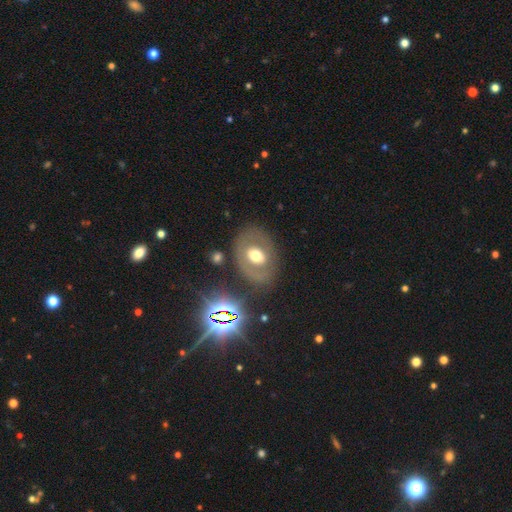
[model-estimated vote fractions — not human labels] Overall: featured or disk (45%; smooth 43%). Merging: none (77%).